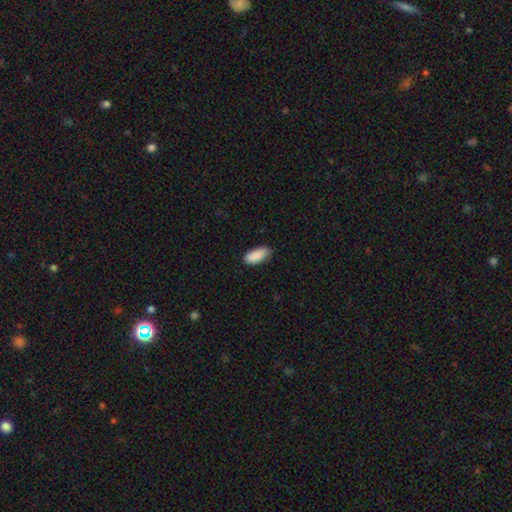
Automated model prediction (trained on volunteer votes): Smooth or featured?
  - smooth: 90% *
  - star or artifact: 6%
  - featured or disk: 4%
How rounded?
  - in between: 90% *
  - cigar-shaped: 8%
  - round: 2%
Merging?
  - none: 75% *
  - minor disturbance: 21%
  - major disturbance: 3%
  - merger: 1%